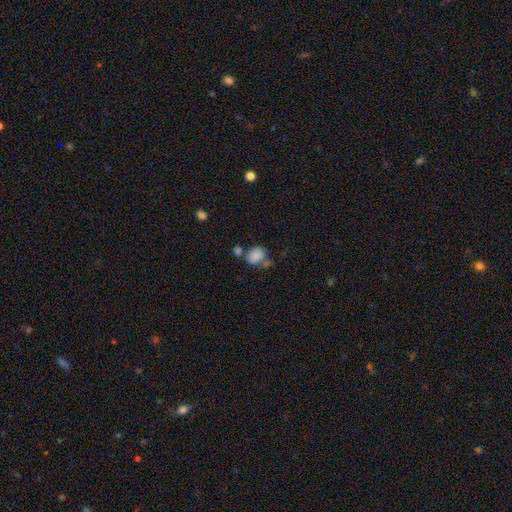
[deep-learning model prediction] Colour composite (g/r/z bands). It shows a smooth galaxy with no disk features (83%) that is in between round and cigar-shaped (65%). Merging: none (48%).